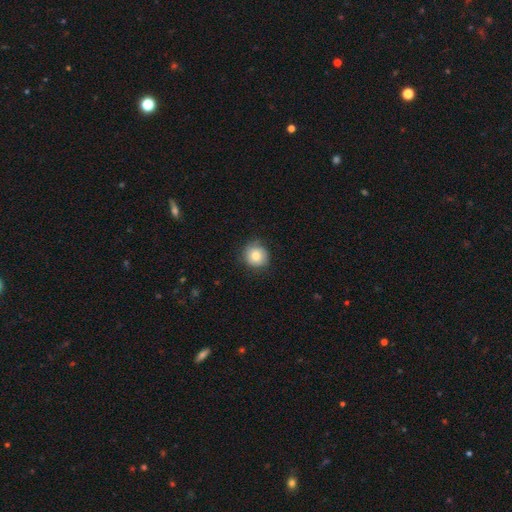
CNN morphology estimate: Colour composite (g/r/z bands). It shows a smooth galaxy with no disk features (77%) that is round (89%). Merging: none (75%).